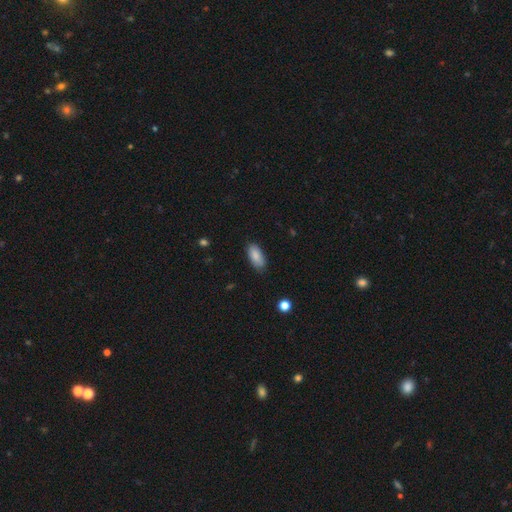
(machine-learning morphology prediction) Smooth or featured? Predicted: smooth (p=0.87). How rounded? Predicted: in between (p=0.90). Merging? Predicted: none (p=0.83).